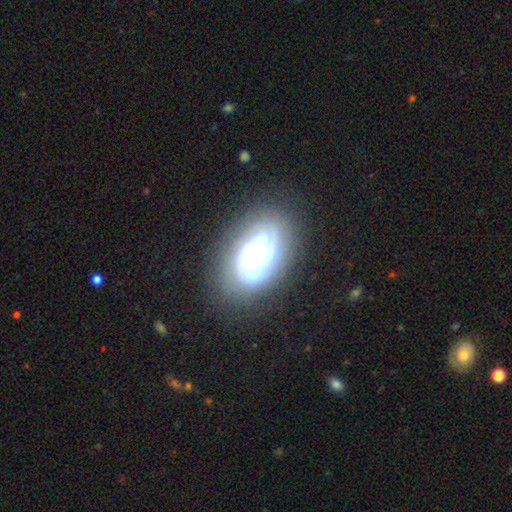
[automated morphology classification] Smooth or featured? featured or disk (71%)
Edge-on disk? no (96%)
Bar? no (60%)
Spiral arms? yes (92%)
Spiral winding? tight (69%)
Spiral arm count? can't tell (39%)
Bulge size? small (37%)
Merging? none (74%)